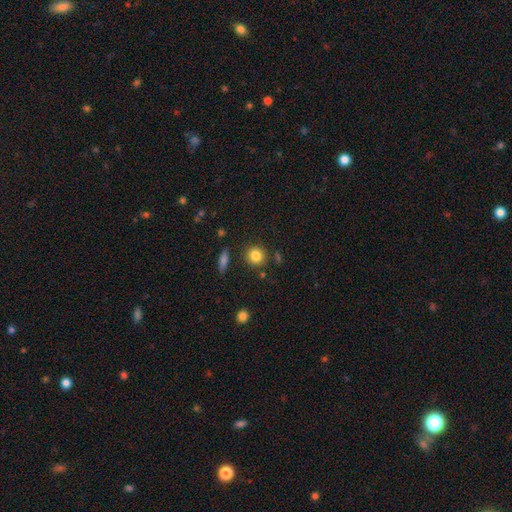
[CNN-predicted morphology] smooth 83%, star or artifact 10%, featured or disk 7%. Down the decision tree: how rounded — round (89%); merging — none (86%).